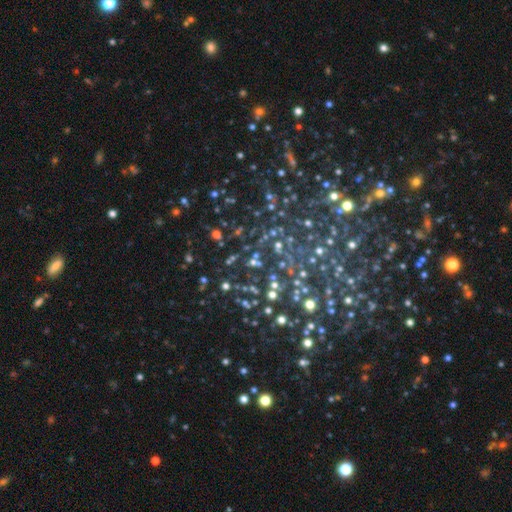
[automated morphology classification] Smooth or featured? star or artifact (69%)